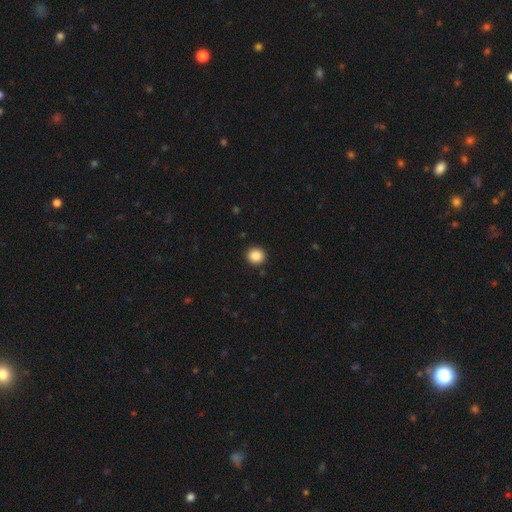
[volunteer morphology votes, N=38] Smooth or featured?
  - smooth: 95% *
  - featured or disk: 5%
  - star or artifact: 0%
How rounded?
  - round: 100% *
  - in between: 0%
  - cigar-shaped: 0%
Merging?
  - none: 92% *
  - minor disturbance: 8%
  - major disturbance: 0%
  - merger: 0%